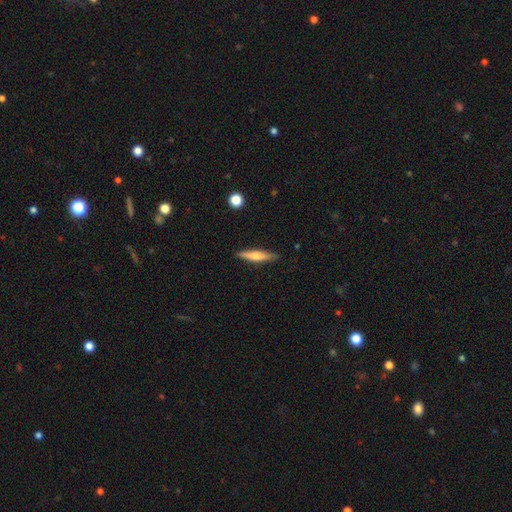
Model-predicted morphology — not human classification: smooth-or-featured: smooth: 55% | featured or disk: 39% | star or artifact: 6%
  how-rounded: cigar-shaped: 88% | in between: 11% | round: 2%
  merging: none: 88% | minor disturbance: 8% | major disturbance: 2% | merger: 1%